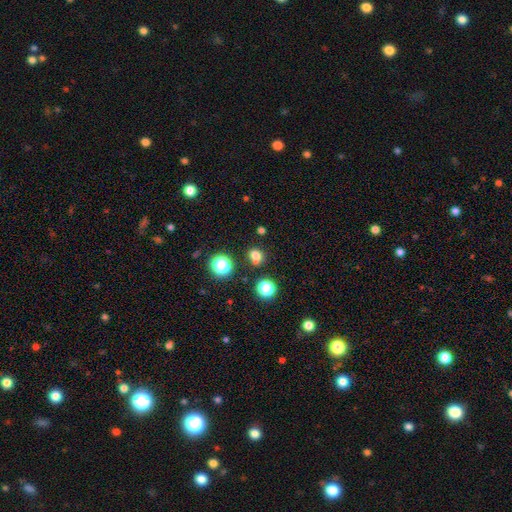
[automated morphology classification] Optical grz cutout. It shows a smooth galaxy with no disk features (73%) that is round (74%). Merging: none (71%).